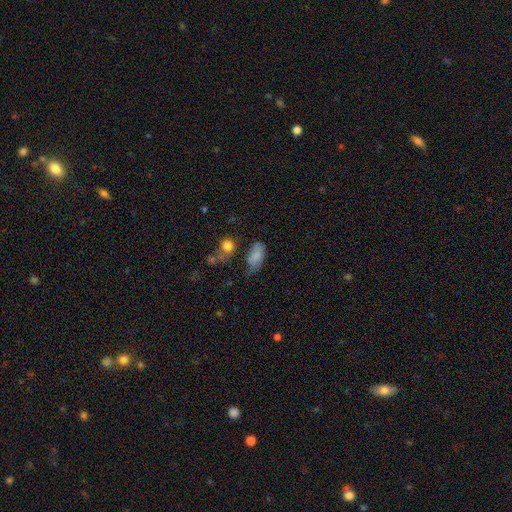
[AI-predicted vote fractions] smooth_or_featured: smooth (p=0.80) [alt: featured or disk p=0.11]
how_rounded: in between (p=0.91) [alt: round p=0.04]
merging: none (p=0.51) [alt: minor disturbance p=0.30]